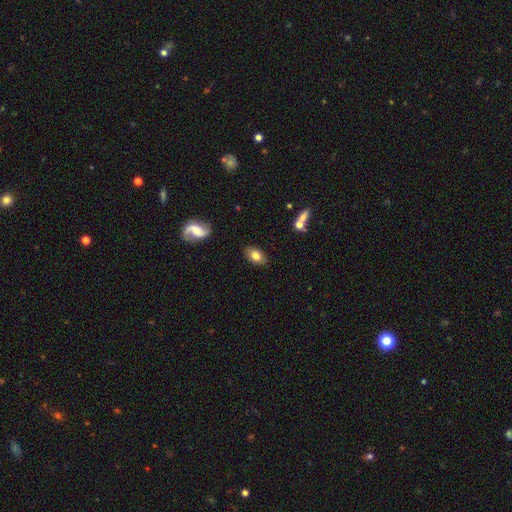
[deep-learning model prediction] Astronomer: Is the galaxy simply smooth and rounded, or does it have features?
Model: smooth — 75%.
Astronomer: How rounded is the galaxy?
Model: in between — 89%.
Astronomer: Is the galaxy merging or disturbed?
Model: none — 85%.